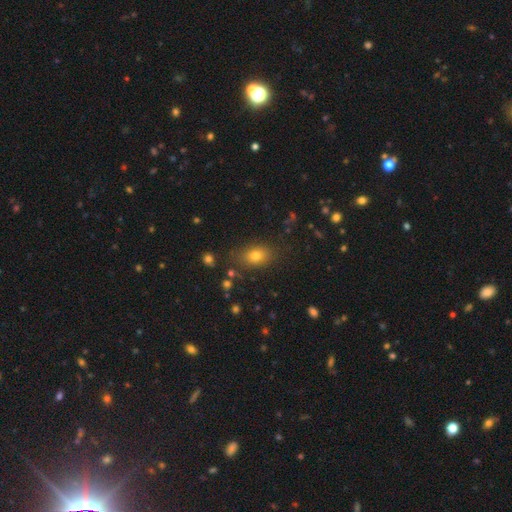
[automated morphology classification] Smooth or featured?
  - smooth: 76% *
  - star or artifact: 14%
  - featured or disk: 10%
How rounded?
  - in between: 76% *
  - round: 22%
  - cigar-shaped: 2%
Merging?
  - none: 81% *
  - minor disturbance: 12%
  - major disturbance: 4%
  - merger: 3%